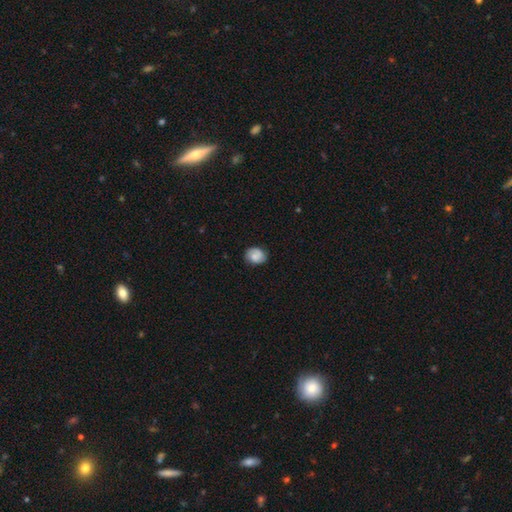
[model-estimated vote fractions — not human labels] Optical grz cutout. It shows a smooth galaxy with no disk features (66%) that is round (55%). Merging: none (78%).